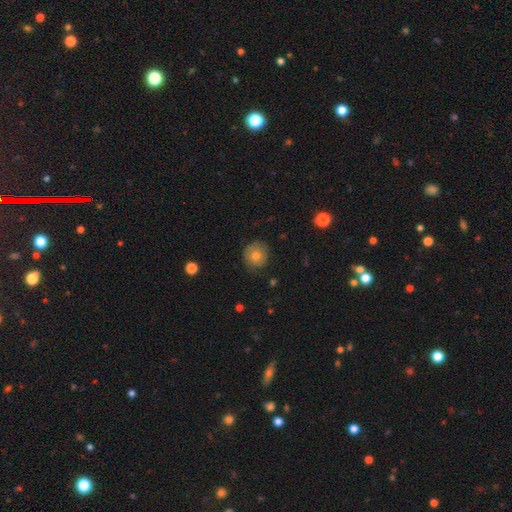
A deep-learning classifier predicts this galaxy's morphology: A smooth galaxy with no disk features (68%) that is round (89%).

Vote fractions:
- Smooth or featured? smooth: 68% / featured or disk: 22% / star or artifact: 10%
- How rounded? round: 89% / in between: 10% / cigar-shaped: 1%
- Merging? none: 80% / minor disturbance: 15% / major disturbance: 4% / merger: 1%